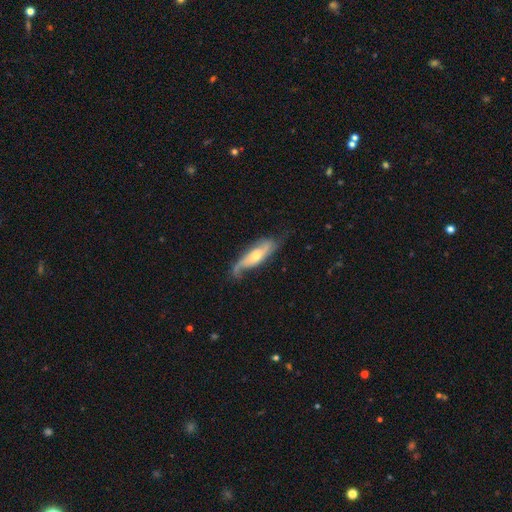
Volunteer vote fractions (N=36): Smooth or featured: featured or disk — 75% (smooth — 22%)
Edge-on disk: no — 59% (yes — 41%)
Bar: no — 75% (weak — 25%)
Spiral arms: yes — 88% (no — 12%)
Spiral winding: medium — 50% (tight — 43%)
Spiral arm count: can't tell — 43% (1 — 29%)
Bulge size: moderate — 75% (small — 19%)
Merging: none — 63% (minor disturbance — 26%)